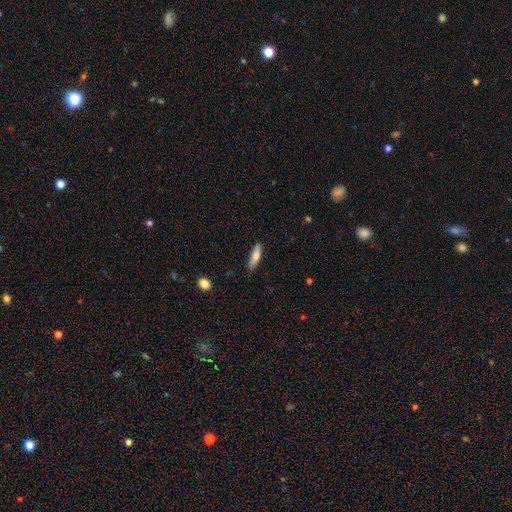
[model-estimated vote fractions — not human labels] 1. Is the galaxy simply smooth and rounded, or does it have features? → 75% smooth, 19% featured or disk, 6% star or artifact.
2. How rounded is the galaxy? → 69% cigar-shaped, 29% in between, 2% round.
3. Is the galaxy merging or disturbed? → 81% none, 15% minor disturbance, 3% major disturbance, 1% merger.